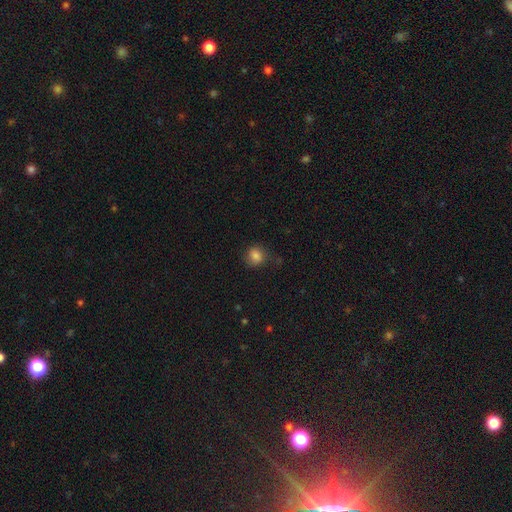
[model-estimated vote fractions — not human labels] Overall: smooth (82%). How rounded: round (74%). Merging: none (71%).